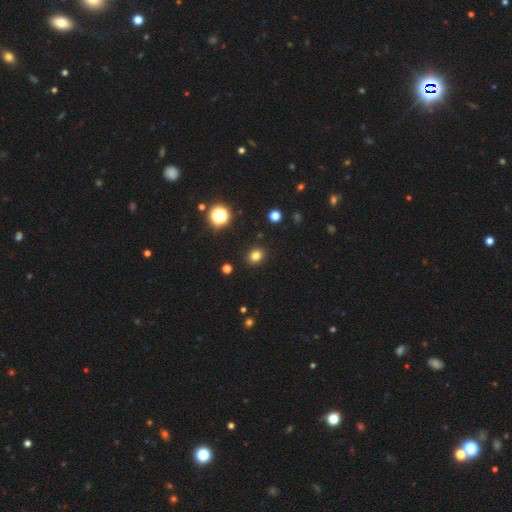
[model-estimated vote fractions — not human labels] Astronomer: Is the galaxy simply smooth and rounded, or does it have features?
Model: smooth — 79%.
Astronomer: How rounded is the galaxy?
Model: round — 70%.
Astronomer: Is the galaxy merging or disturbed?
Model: none — 90%.